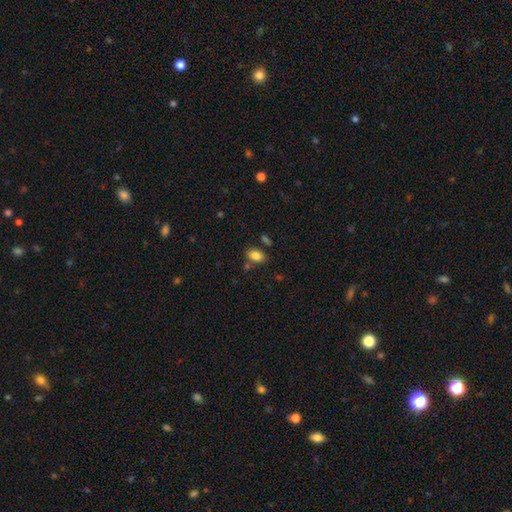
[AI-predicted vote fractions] Smooth or featured?
  - smooth: 84% *
  - star or artifact: 9%
  - featured or disk: 6%
How rounded?
  - in between: 86% *
  - round: 12%
  - cigar-shaped: 2%
Merging?
  - none: 74% *
  - minor disturbance: 12%
  - merger: 10%
  - major disturbance: 3%